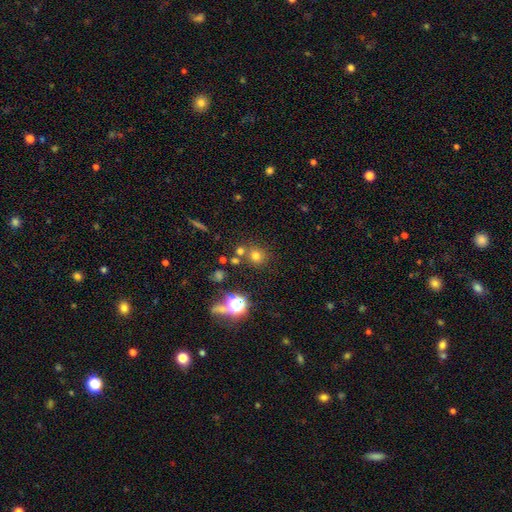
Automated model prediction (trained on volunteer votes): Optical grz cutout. It shows a smooth galaxy with no disk features (67%) that is round (89%). Merging: none (71%).